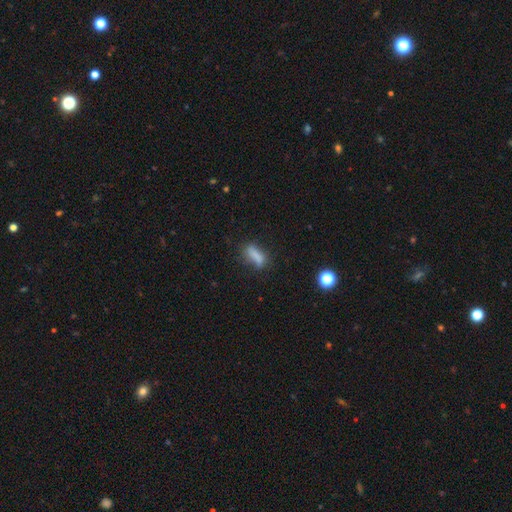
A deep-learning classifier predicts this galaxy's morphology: Smooth or featured? Predicted: smooth (p=0.74). How rounded? Predicted: in between (p=0.52). Merging? Predicted: none (p=0.56).